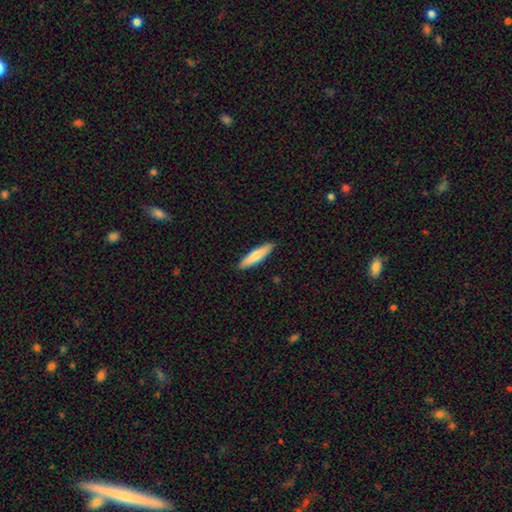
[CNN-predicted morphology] This appears to be a smooth galaxy with no disk features (75%) that is cigar-shaped (80%). Merging: none (90%).